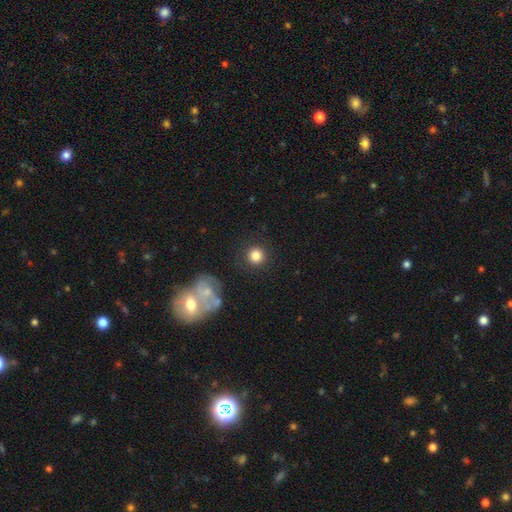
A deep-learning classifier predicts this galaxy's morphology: Smooth or featured?
  - smooth: 82% *
  - star or artifact: 10%
  - featured or disk: 8%
How rounded?
  - round: 94% *
  - in between: 5%
  - cigar-shaped: 1%
Merging?
  - none: 88% *
  - minor disturbance: 6%
  - major disturbance: 3%
  - merger: 3%